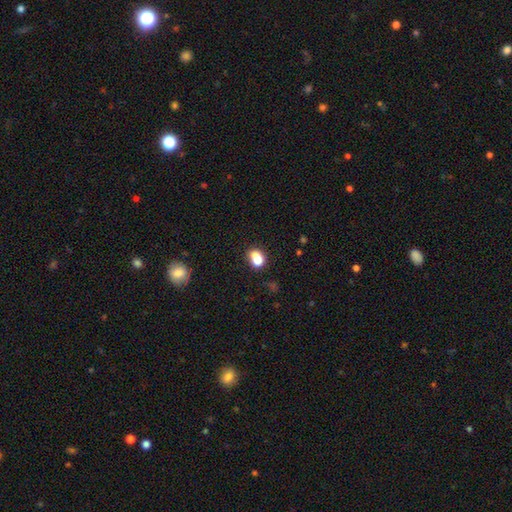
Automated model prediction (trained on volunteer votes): Smooth or featured? smooth (73%)
How rounded? round (50%)
Merging? none (42%)